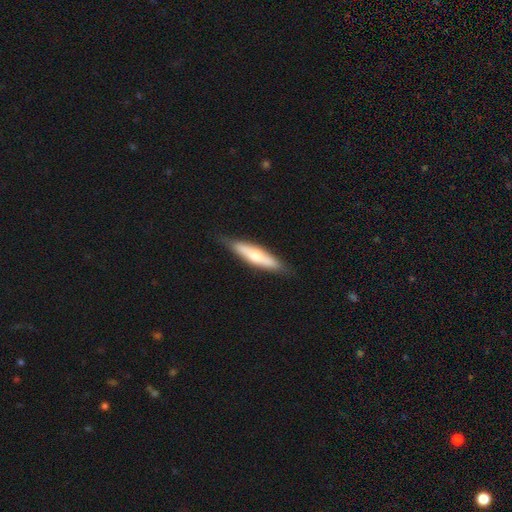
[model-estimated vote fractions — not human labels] Smooth or featured? Predicted: smooth (p=0.57). How rounded? Predicted: cigar-shaped (p=0.78). Merging? Predicted: none (p=0.80).